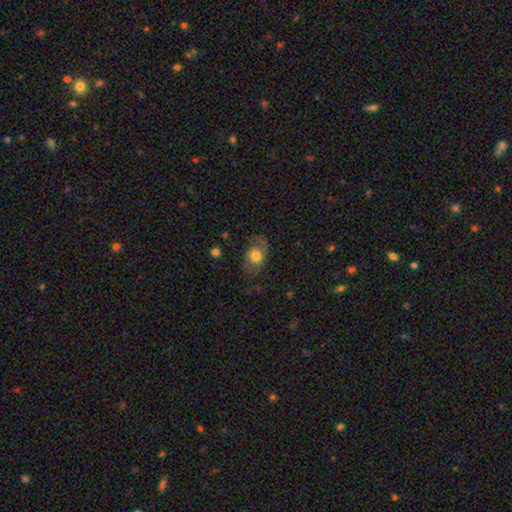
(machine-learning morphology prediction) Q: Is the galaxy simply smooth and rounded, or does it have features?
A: smooth — 62%.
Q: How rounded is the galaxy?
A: in between — 71%.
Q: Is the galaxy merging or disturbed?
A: none — 66%.